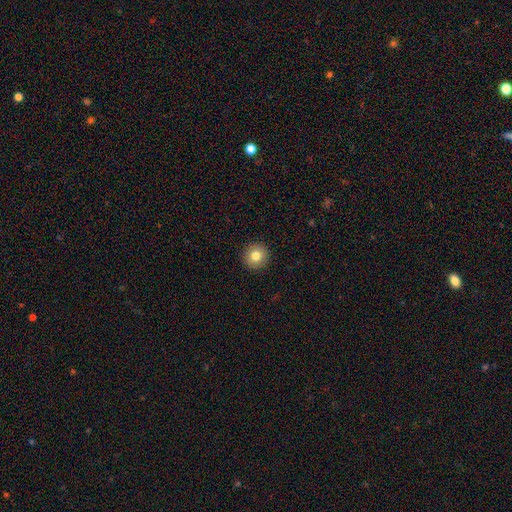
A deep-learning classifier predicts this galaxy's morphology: Q: Smooth or featured?
A: smooth (82%); runner-up: star or artifact (10%)
Q: How rounded?
A: round (95%); runner-up: in between (4%)
Q: Merging?
A: none (93%); runner-up: minor disturbance (4%)